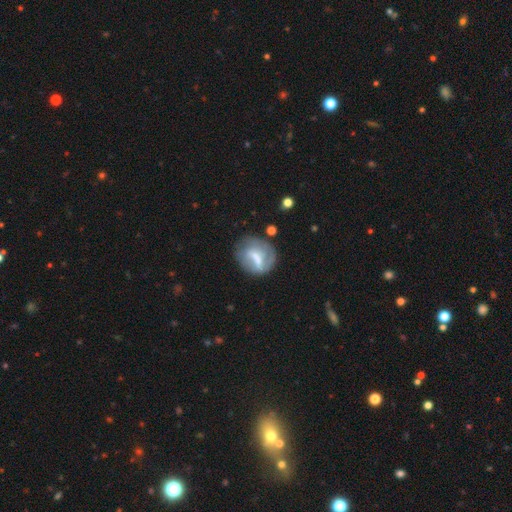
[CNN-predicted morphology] A featured or disk galaxy (55%) with a weak bar (42%), spiral arms (54%) and a moderate central bulge (37%).

Vote fractions:
- Smooth or featured? featured or disk: 55% / smooth: 36% / star or artifact: 9%
- Edge-on disk? no: 95% / yes: 5%
- Bar? weak: 42% / strong: 35% / no: 23%
- Spiral arms? yes: 54% / no: 46%
- Bulge size? moderate: 37% / small: 29% / none: 23% / large: 9% / dominant: 2%
- Merging? none: 58% / minor disturbance: 24% / major disturbance: 14% / merger: 5%